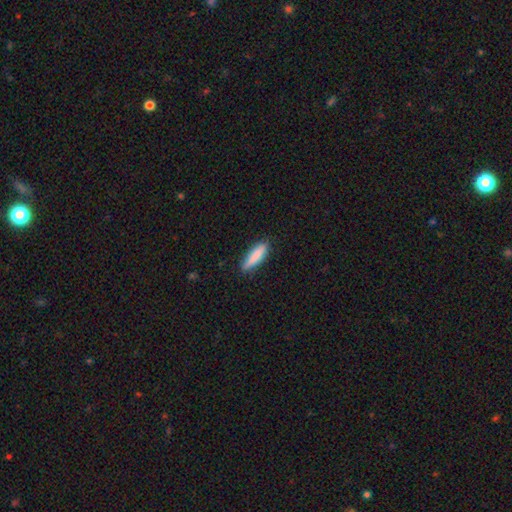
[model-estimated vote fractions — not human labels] Morphology: type=smooth (83%); roundness=cigar-shaped (71%); merging=none (80%).